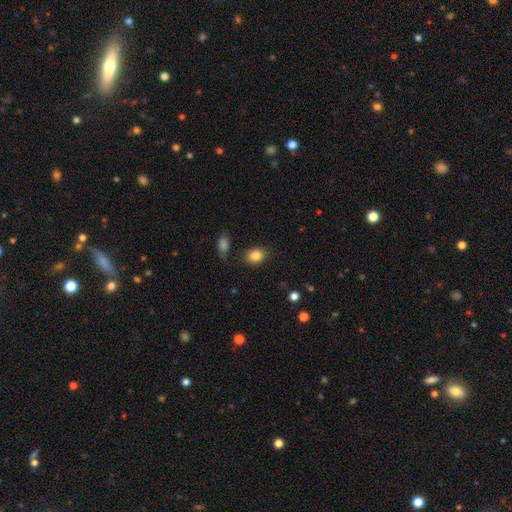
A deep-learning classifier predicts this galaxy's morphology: This appears to be a smooth galaxy with no disk features (85%) that is in between round and cigar-shaped (54%). Merging: none (81%).